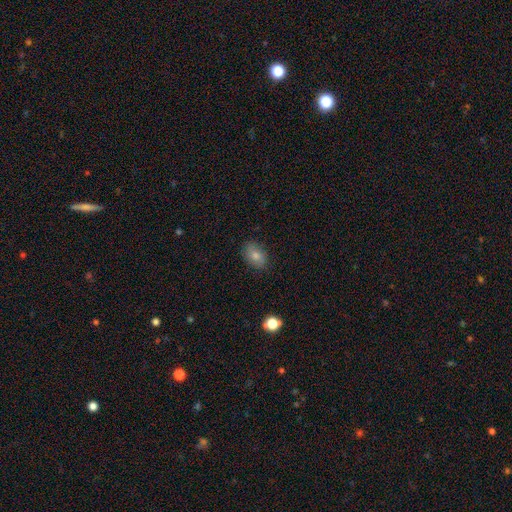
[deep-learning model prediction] A smooth galaxy with no disk features (79%) that is in between round and cigar-shaped (84%). Merging: none (84%).